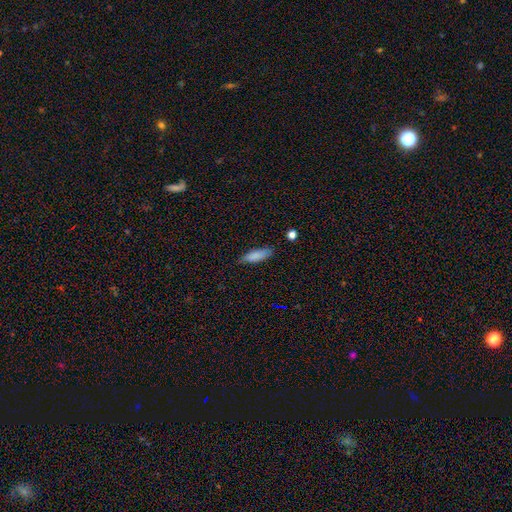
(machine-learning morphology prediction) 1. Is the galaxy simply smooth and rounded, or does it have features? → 84% smooth, 9% featured or disk, 7% star or artifact.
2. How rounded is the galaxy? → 50% in between, 48% cigar-shaped, 2% round.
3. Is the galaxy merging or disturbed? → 79% none, 17% minor disturbance, 3% major disturbance, 2% merger.